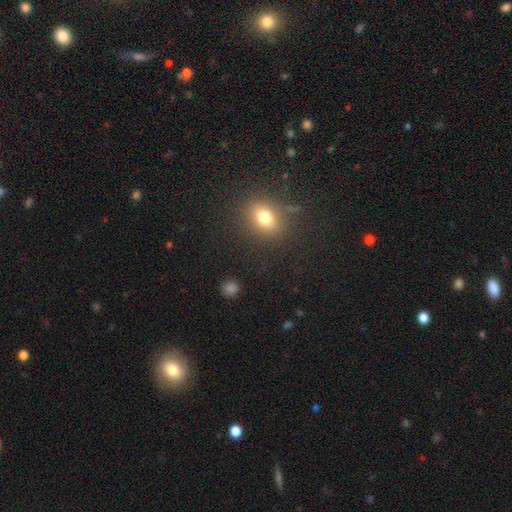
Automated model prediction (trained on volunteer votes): This is possibly a smooth galaxy (59%). How rounded: clearly round (80%). Merging: clearly none (89%).